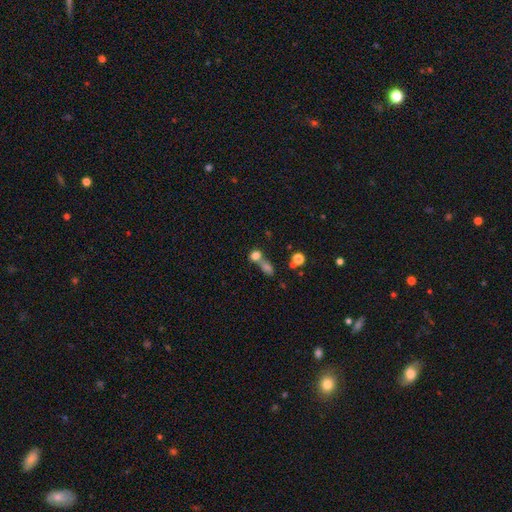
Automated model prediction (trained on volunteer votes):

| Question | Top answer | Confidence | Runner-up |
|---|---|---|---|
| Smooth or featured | smooth | 75% | star or artifact (13%) |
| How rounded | round | 58% | in between (39%) |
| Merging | merger | 55% | none (32%) |